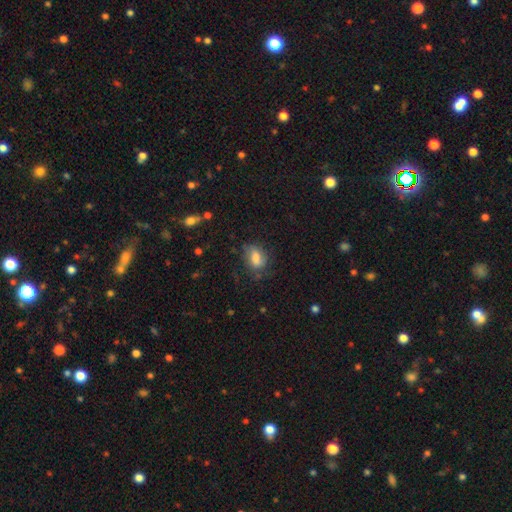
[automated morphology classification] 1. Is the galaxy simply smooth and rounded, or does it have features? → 69% smooth, 20% featured or disk, 11% star or artifact.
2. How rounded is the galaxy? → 82% in between, 14% round, 4% cigar-shaped.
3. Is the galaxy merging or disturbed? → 63% none, 24% minor disturbance, 11% major disturbance, 2% merger.